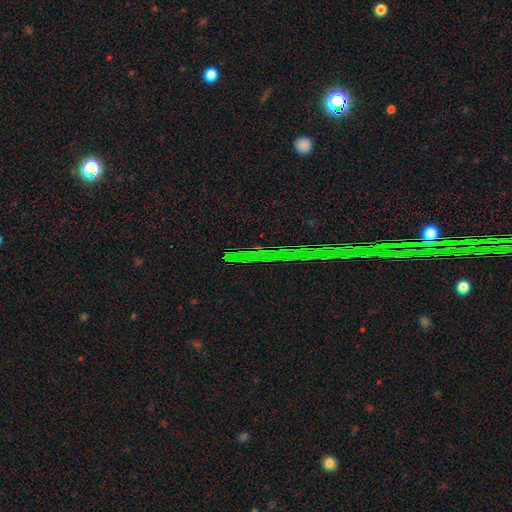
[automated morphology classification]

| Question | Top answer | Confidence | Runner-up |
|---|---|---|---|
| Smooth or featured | star or artifact | 83% | featured or disk (9%) |